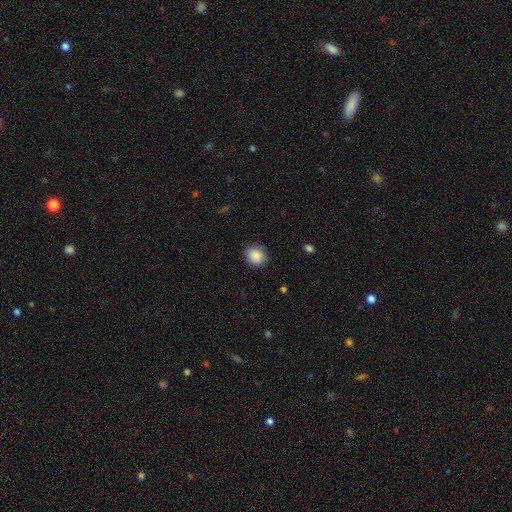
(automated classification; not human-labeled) Smooth or featured? Predicted: smooth (p=0.88). How rounded? Predicted: round (p=0.77). Merging? Predicted: none (p=0.87).